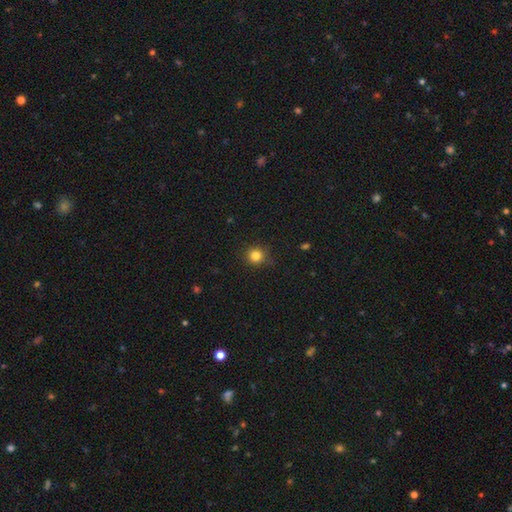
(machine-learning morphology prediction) The model was most divided on "smooth or featured": smooth: 83%, star or artifact: 13%, featured or disk: 5%. More confident: how rounded — round (92%); merging — none (86%).